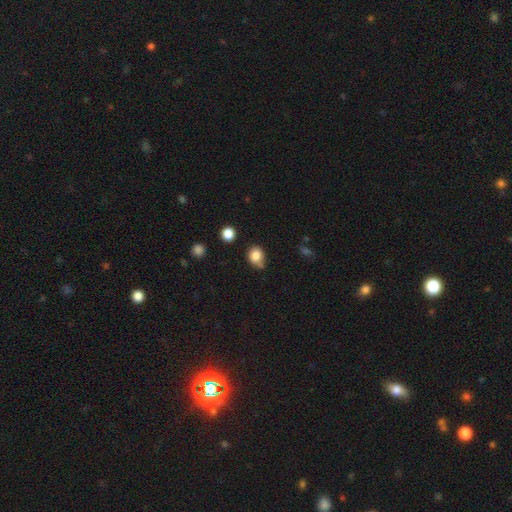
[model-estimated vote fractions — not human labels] A smooth galaxy with no disk features (83%) that is round (56%).

Vote fractions:
- Smooth or featured? smooth: 83% / star or artifact: 11% / featured or disk: 7%
- How rounded? round: 56% / in between: 43% / cigar-shaped: 1%
- Merging? none: 54% / minor disturbance: 30% / merger: 10% / major disturbance: 7%